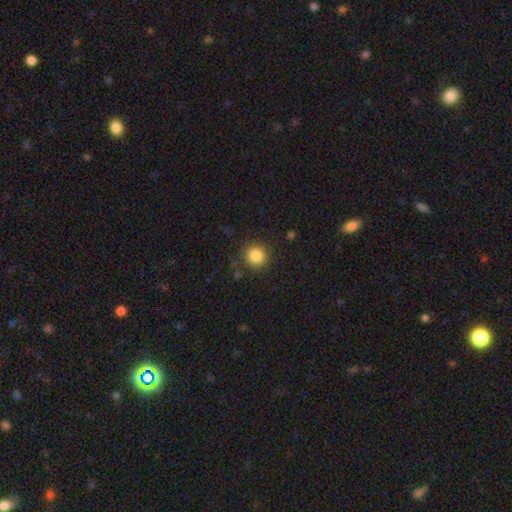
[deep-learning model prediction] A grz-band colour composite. It shows a smooth galaxy with no disk features (85%) that is round (93%). Merging: none (87%).